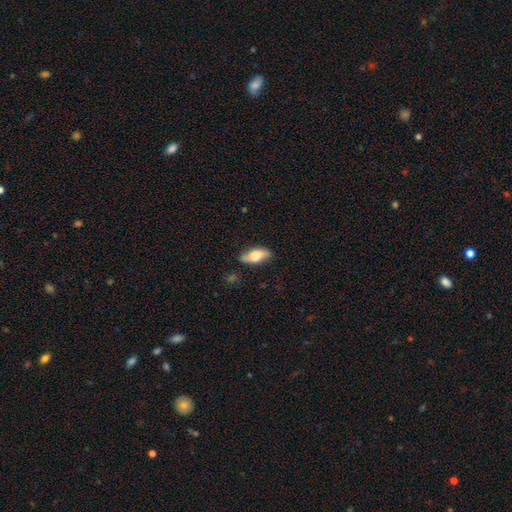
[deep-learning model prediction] Smooth or featured: smooth — 65% (featured or disk — 28%)
How rounded: in between — 79% (cigar-shaped — 17%)
Merging: none — 78% (minor disturbance — 17%)